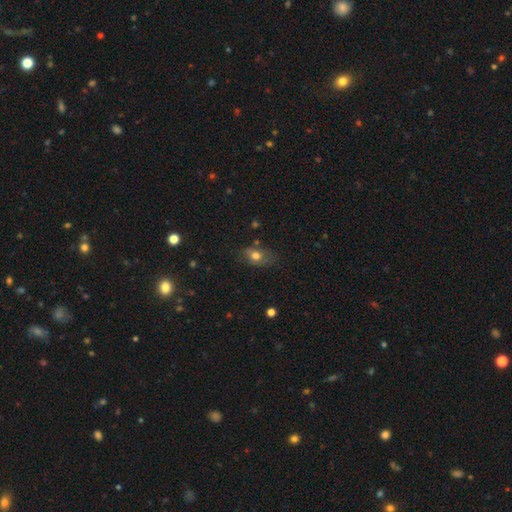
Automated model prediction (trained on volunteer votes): Q: Smooth or featured?
A: smooth (70%); runner-up: featured or disk (20%)
Q: How rounded?
A: in between (79%); runner-up: round (18%)
Q: Merging?
A: none (61%); runner-up: minor disturbance (26%)